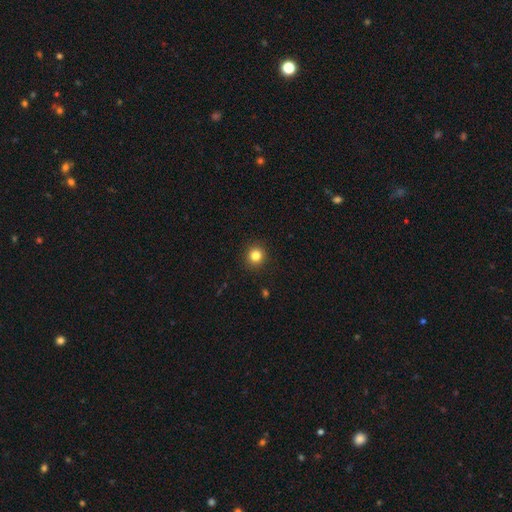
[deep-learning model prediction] A smooth galaxy with no disk features (83%) that is round (92%).

Vote fractions:
- Smooth or featured? smooth: 83% / star or artifact: 12% / featured or disk: 5%
- How rounded? round: 92% / in between: 7% / cigar-shaped: 1%
- Merging? none: 92% / minor disturbance: 5% / major disturbance: 2% / merger: 1%